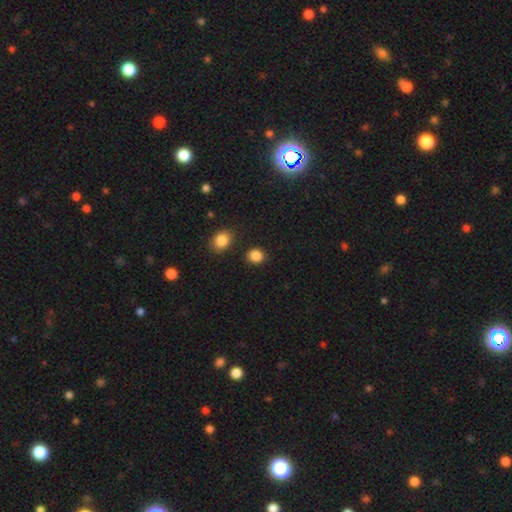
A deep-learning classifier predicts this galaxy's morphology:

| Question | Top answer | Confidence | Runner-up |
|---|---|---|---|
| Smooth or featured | smooth | 86% | star or artifact (11%) |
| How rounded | round | 80% | in between (19%) |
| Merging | none | 87% | minor disturbance (8%) |